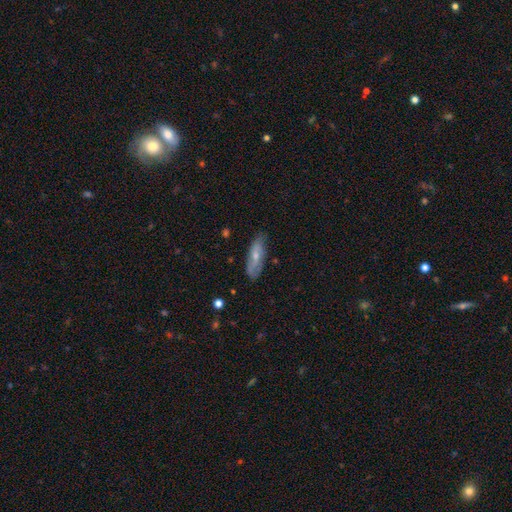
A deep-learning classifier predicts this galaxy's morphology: smooth_or_featured: smooth (p=0.50) [alt: featured or disk p=0.44]
merging: none (p=0.73) [alt: minor disturbance p=0.21]